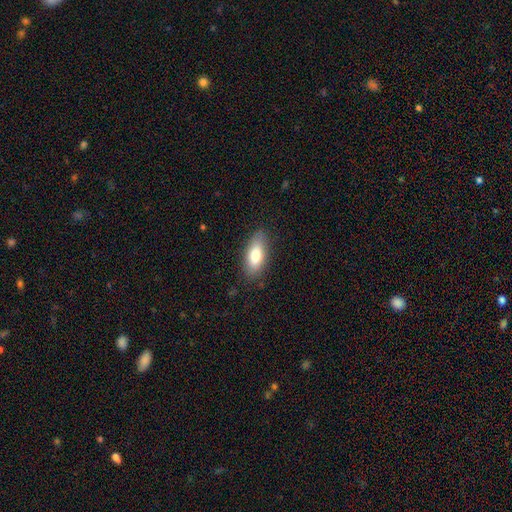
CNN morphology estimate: Smooth or featured: smooth — 76% (featured or disk — 17%)
How rounded: in between — 80% (cigar-shaped — 17%)
Merging: none — 84% (minor disturbance — 12%)